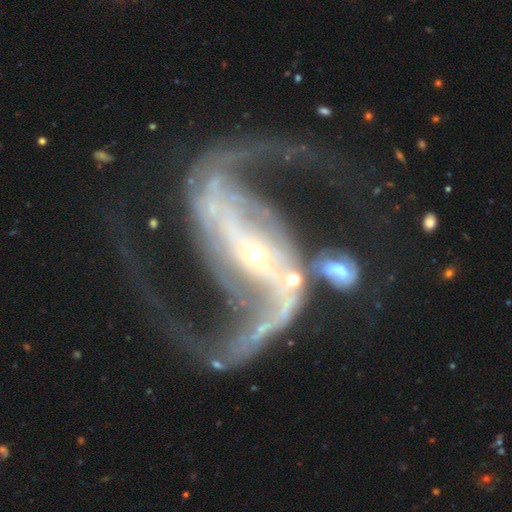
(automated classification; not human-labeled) The model was most divided on "spiral winding": medium: 47%, loose: 43%, tight: 10%. More confident: spiral arms — yes (98%); edge-on disk — no (97%); spiral arm count — 2 (94%); smooth or featured — featured or disk (93%); bulge size — small (79%); bar — strong (70%); merging — none (62%).